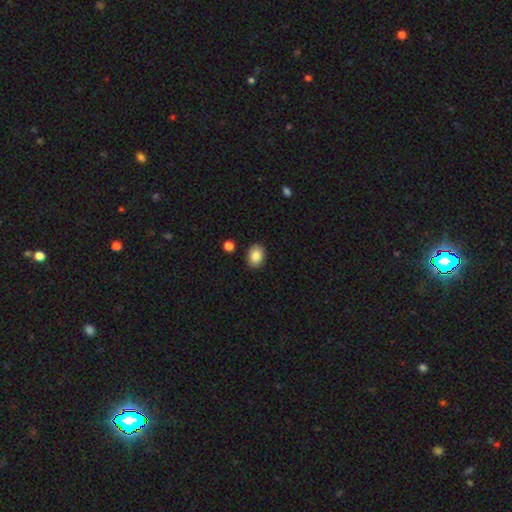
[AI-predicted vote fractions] A smooth galaxy with no disk features (87%) that is in between round and cigar-shaped (74%). Merging: none (88%).